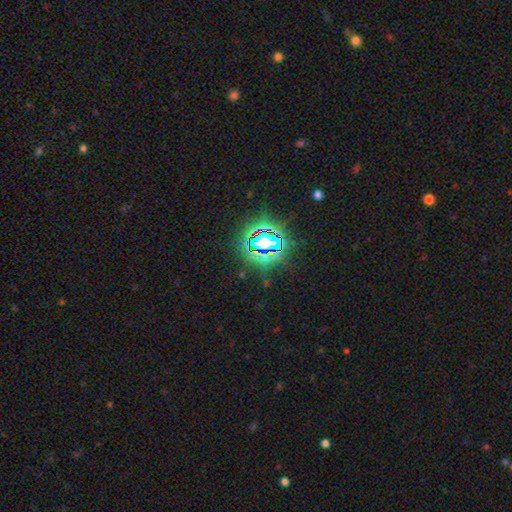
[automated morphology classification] Smooth or featured: star or artifact — 80% (smooth — 13%)